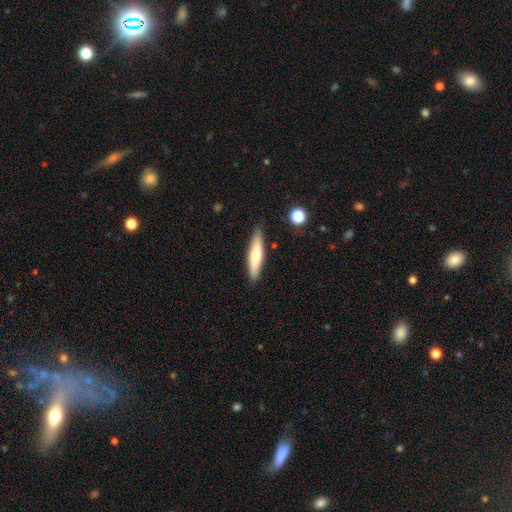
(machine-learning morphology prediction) A smooth galaxy with no disk features (59%) that is cigar-shaped (79%). Merging: none (86%).